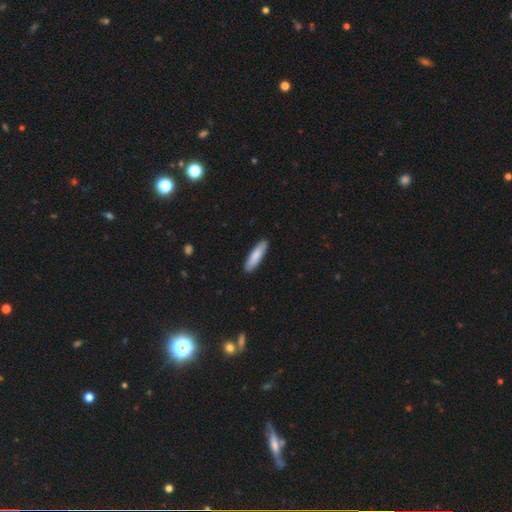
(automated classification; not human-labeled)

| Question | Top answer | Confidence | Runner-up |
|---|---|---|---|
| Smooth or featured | smooth | 83% | featured or disk (12%) |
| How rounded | cigar-shaped | 72% | in between (27%) |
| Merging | none | 90% | minor disturbance (8%) |